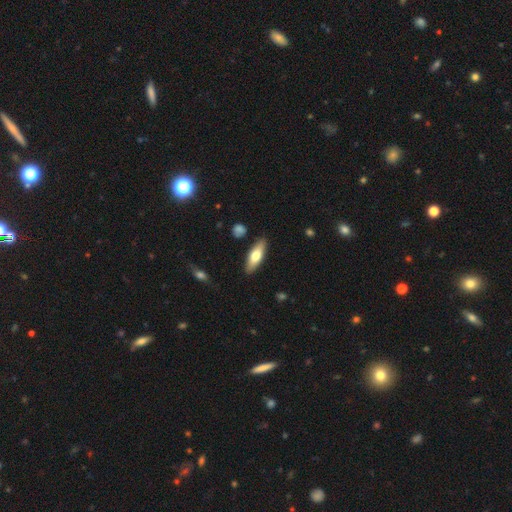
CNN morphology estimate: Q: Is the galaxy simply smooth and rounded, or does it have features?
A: smooth — 68%.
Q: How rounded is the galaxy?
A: in between — 58%.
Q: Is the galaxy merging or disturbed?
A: none — 87%.